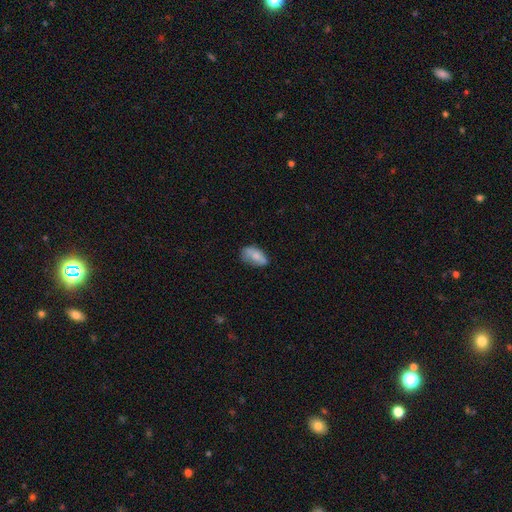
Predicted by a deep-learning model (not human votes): Q: Smooth or featured?
A: smooth (72%); runner-up: featured or disk (21%)
Q: How rounded?
A: in between (91%); runner-up: round (5%)
Q: Merging?
A: none (60%); runner-up: minor disturbance (30%)